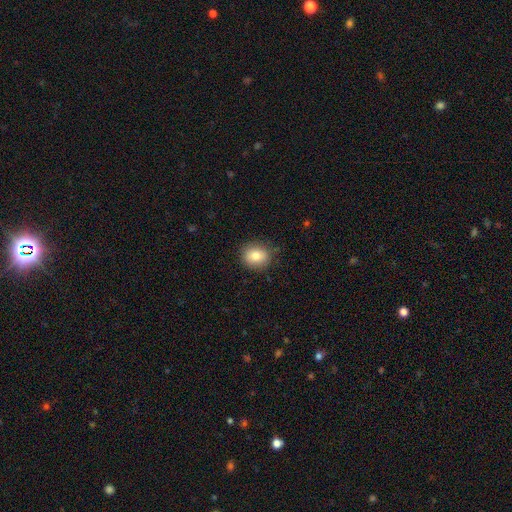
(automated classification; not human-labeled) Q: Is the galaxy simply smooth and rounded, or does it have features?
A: smooth — 79%.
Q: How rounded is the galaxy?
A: round — 73%.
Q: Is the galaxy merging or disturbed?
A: none — 84%.